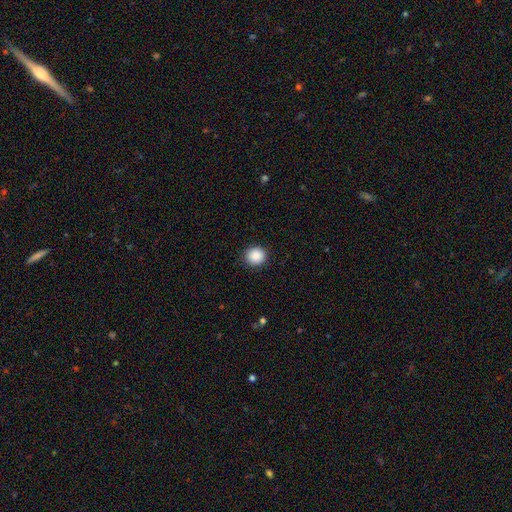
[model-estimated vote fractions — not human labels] Morphology: type=smooth (89%); roundness=round (89%); merging=none (91%).